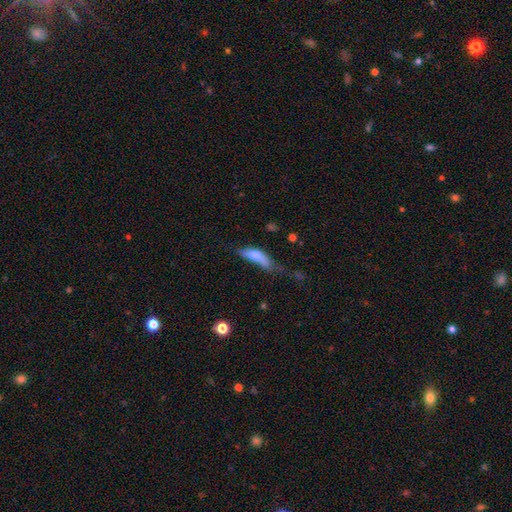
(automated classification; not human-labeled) This appears to be a smooth galaxy with no disk features (67%) that is in between round and cigar-shaped (55%). Merging: major disturbance (35%).